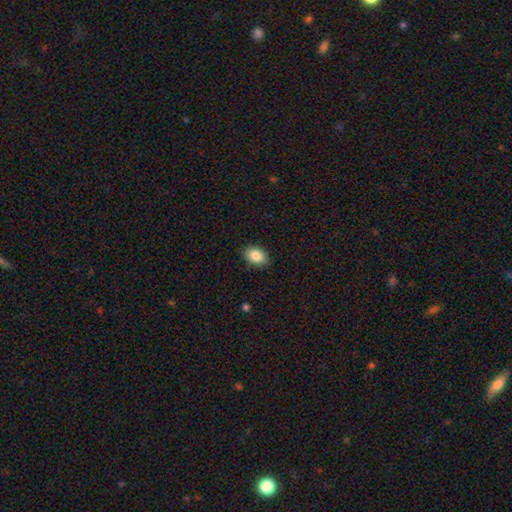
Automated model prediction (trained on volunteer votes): A smooth galaxy with no disk features (86%) that is in between round and cigar-shaped (80%).

Vote fractions:
- Smooth or featured? smooth: 86% / star or artifact: 8% / featured or disk: 6%
- How rounded? in between: 80% / round: 19% / cigar-shaped: 1%
- Merging? none: 84% / minor disturbance: 12% / major disturbance: 2% / merger: 1%